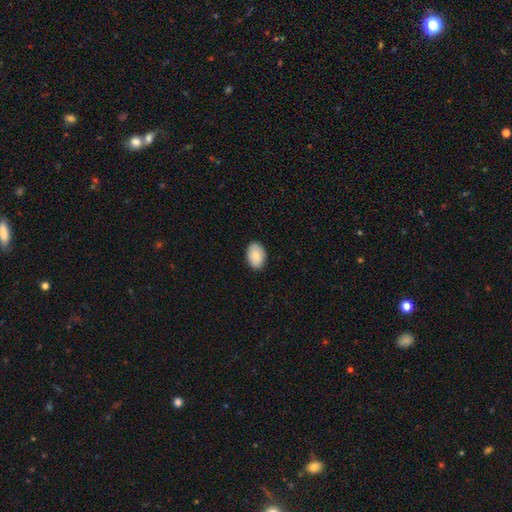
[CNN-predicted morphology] A smooth galaxy with no disk features (86%) that is in between round and cigar-shaped (87%).

Vote fractions:
- Smooth or featured? smooth: 86% / featured or disk: 8% / star or artifact: 6%
- How rounded? in between: 87% / round: 12% / cigar-shaped: 1%
- Merging? none: 88% / minor disturbance: 10% / major disturbance: 2% / merger: 1%